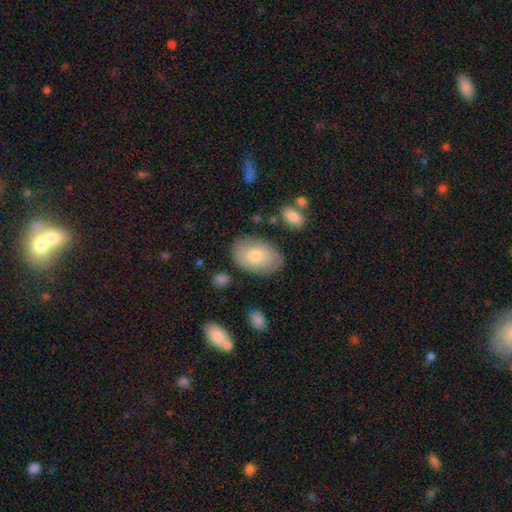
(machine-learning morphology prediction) Overall: smooth (69%). How rounded: in between (88%). Merging: none (78%).